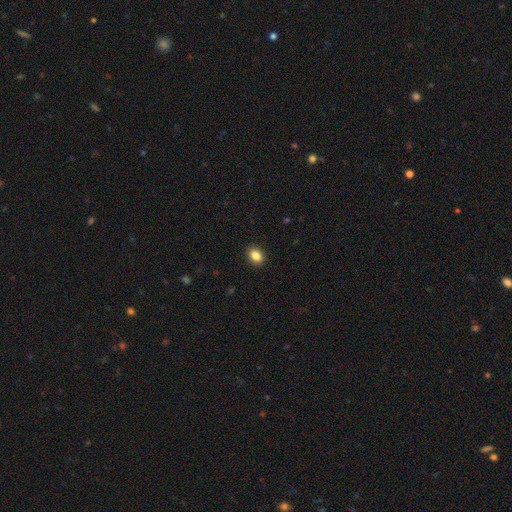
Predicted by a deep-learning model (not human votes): smooth_or_featured: smooth (p=0.86) [alt: star or artifact p=0.09]
how_rounded: in between (p=0.64) [alt: round p=0.35]
merging: none (p=0.90) [alt: minor disturbance p=0.07]